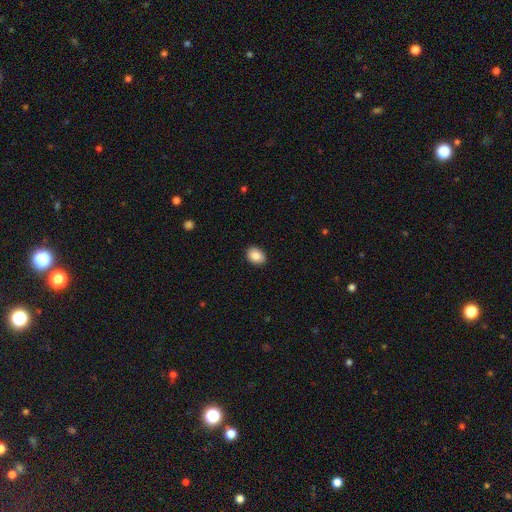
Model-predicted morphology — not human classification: A smooth galaxy with no disk features (87%) that is in between round and cigar-shaped (71%).

Vote fractions:
- Smooth or featured? smooth: 87% / star or artifact: 8% / featured or disk: 6%
- How rounded? in between: 71% / round: 28% / cigar-shaped: 1%
- Merging? none: 90% / minor disturbance: 8% / major disturbance: 2% / merger: 1%